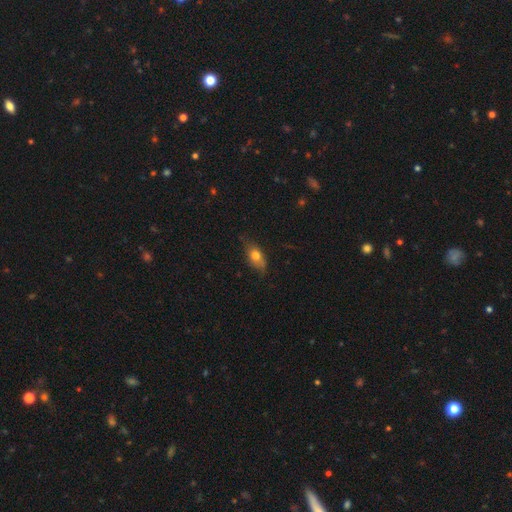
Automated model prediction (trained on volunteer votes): smooth_or_featured: smooth (p=0.70) [alt: featured or disk p=0.21]
how_rounded: in between (p=0.80) [alt: cigar-shaped p=0.10]
merging: none (p=0.63) [alt: minor disturbance p=0.29]